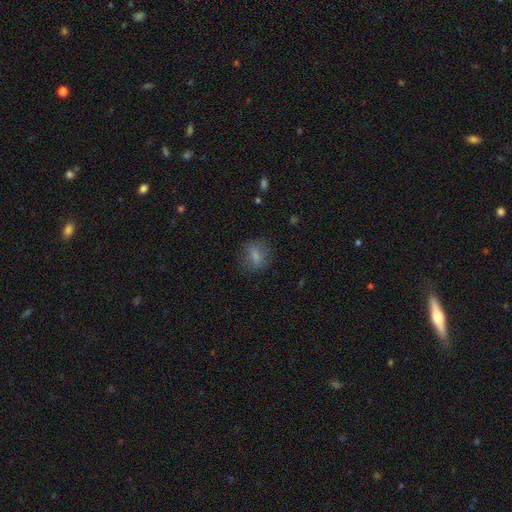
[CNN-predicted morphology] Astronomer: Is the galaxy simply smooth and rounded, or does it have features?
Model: smooth — 70%.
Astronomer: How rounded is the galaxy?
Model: round — 48% (runner-up: in between, 45%).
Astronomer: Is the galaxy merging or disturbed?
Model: none — 76%.